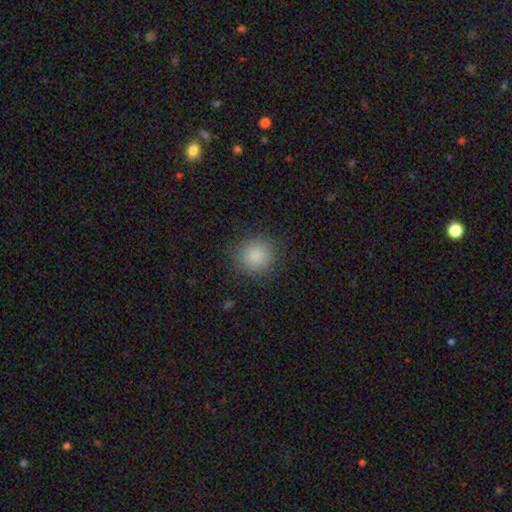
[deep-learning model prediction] Smooth or featured? Predicted: smooth (p=0.86). How rounded? Predicted: round (p=0.91). Merging? Predicted: none (p=0.88).